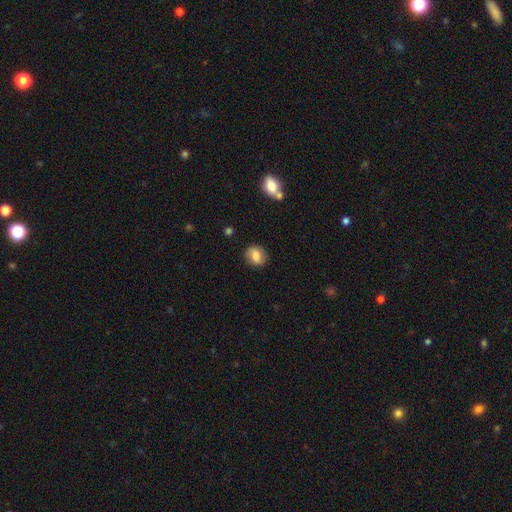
Smooth or featured: smooth — 56% (featured or disk — 38%)
How rounded: in between — 50% (round — 45%)
Merging: none — 86% (minor disturbance — 11%)